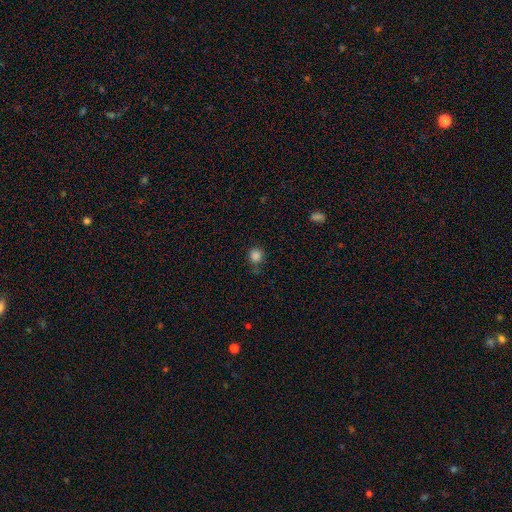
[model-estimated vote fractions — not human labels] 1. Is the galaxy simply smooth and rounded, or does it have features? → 84% smooth, 12% star or artifact, 4% featured or disk.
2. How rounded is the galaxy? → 90% round, 9% in between, 1% cigar-shaped.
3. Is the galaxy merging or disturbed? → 76% none, 16% minor disturbance, 4% merger, 4% major disturbance.